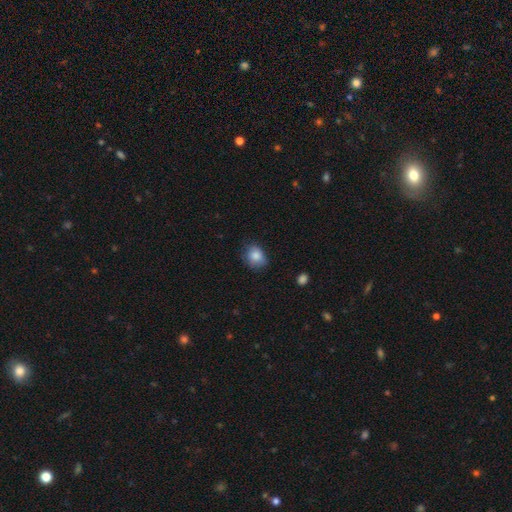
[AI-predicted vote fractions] A smooth galaxy with no disk features (85%) that is round (52%).

Vote fractions:
- Smooth or featured? smooth: 85% / star or artifact: 9% / featured or disk: 7%
- How rounded? round: 52% / in between: 47% / cigar-shaped: 1%
- Merging? none: 69% / minor disturbance: 24% / major disturbance: 5% / merger: 1%